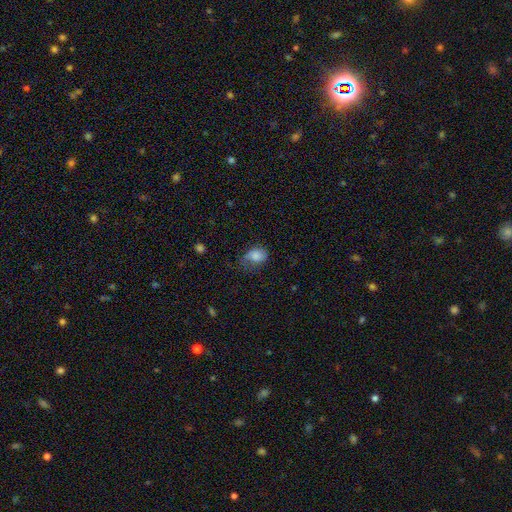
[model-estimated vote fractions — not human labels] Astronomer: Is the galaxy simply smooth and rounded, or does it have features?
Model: smooth — 78%.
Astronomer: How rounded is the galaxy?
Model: in between — 72%.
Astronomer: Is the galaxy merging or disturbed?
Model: none — 47% (runner-up: minor disturbance, 35%).